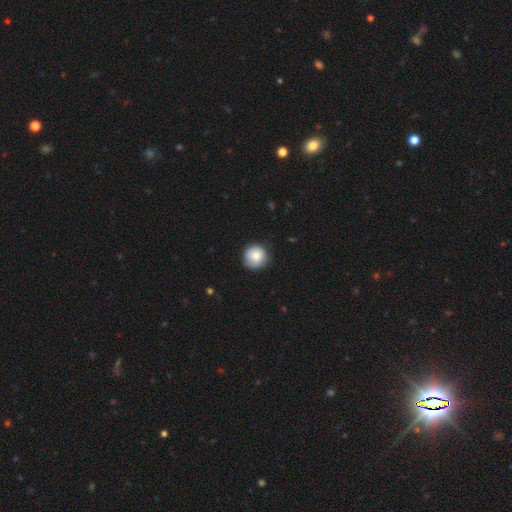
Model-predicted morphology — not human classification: A smooth galaxy with no disk features (84%) that is round (94%).

Vote fractions:
- Smooth or featured? smooth: 84% / featured or disk: 9% / star or artifact: 8%
- How rounded? round: 94% / in between: 5% / cigar-shaped: 1%
- Merging? none: 81% / minor disturbance: 15% / major disturbance: 3% / merger: 1%